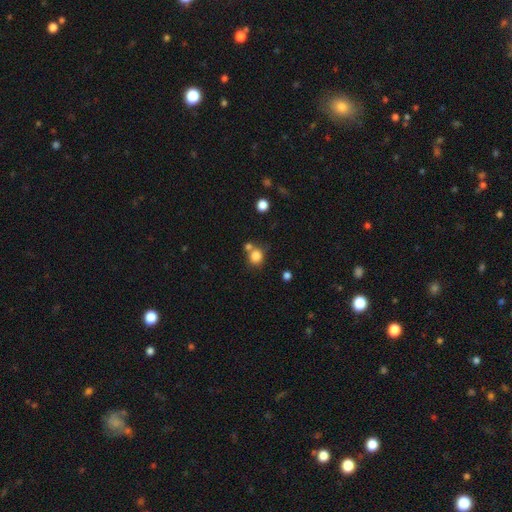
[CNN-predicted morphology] This is clearly a smooth galaxy (83%). How rounded: clearly round (83%). Merging: possibly none (59%).